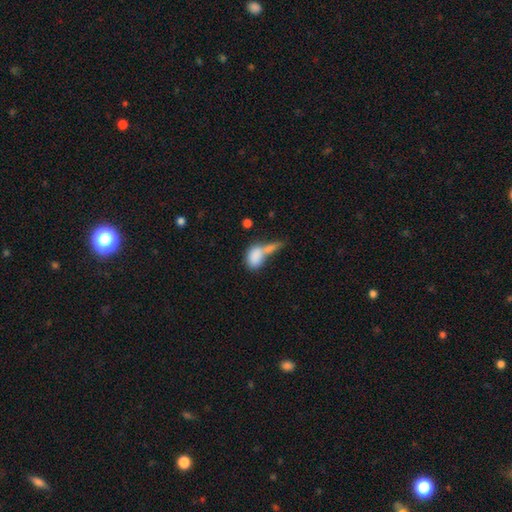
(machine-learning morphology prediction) Smooth or featured? Predicted: smooth (p=0.79). How rounded? Predicted: in between (p=0.82). Merging? Predicted: merger (p=0.51).